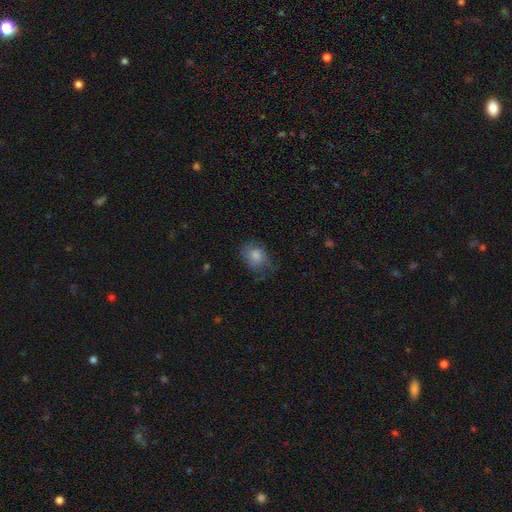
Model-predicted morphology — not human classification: smooth-or-featured: smooth: 79% | featured or disk: 12% | star or artifact: 8%
  how-rounded: in between: 62% | round: 37% | cigar-shaped: 1%
  merging: none: 59% | minor disturbance: 29% | major disturbance: 11% | merger: 1%